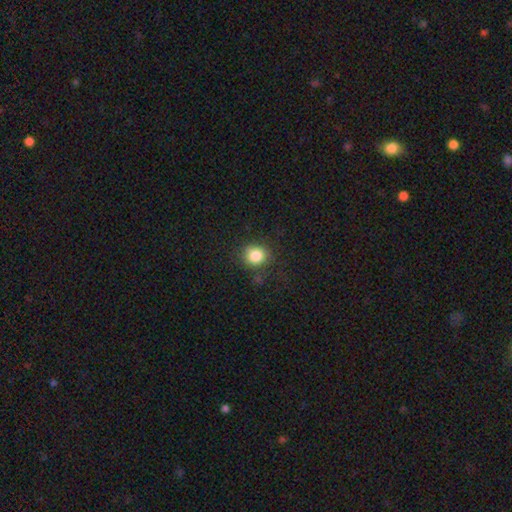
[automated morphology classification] This is clearly a smooth galaxy (84%). How rounded: likely round (76%). Merging: likely none (77%).